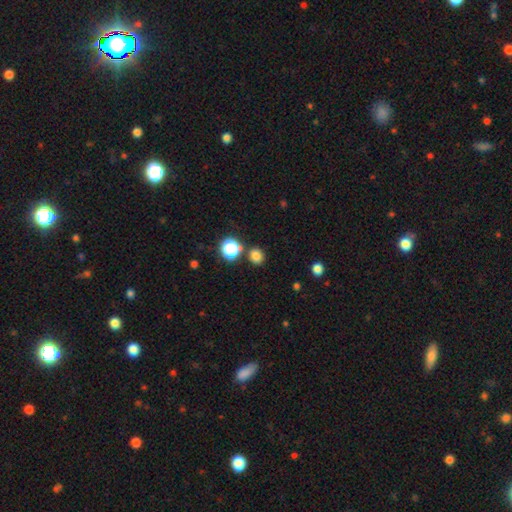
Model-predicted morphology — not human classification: smooth-or-featured: smooth: 79% | star or artifact: 17% | featured or disk: 5%
  how-rounded: round: 80% | in between: 19% | cigar-shaped: 1%
  merging: none: 81% | merger: 9% | minor disturbance: 8% | major disturbance: 3%